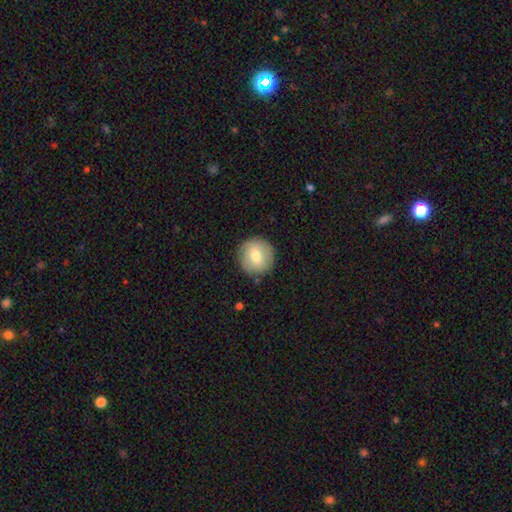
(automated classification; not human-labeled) smooth_or_featured: smooth (p=0.69) [alt: featured or disk p=0.23]
how_rounded: round (p=0.94) [alt: in between p=0.05]
merging: none (p=0.88) [alt: minor disturbance p=0.09]